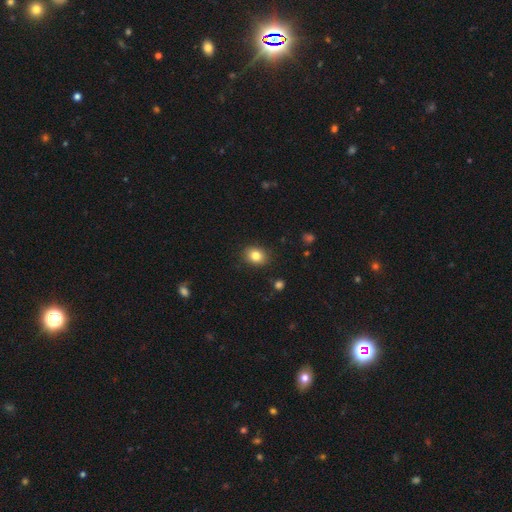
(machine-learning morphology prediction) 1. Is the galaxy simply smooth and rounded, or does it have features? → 83% smooth, 10% star or artifact, 7% featured or disk.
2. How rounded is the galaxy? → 55% in between, 44% round, 1% cigar-shaped.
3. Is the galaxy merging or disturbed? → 87% none, 9% minor disturbance, 2% major disturbance, 1% merger.